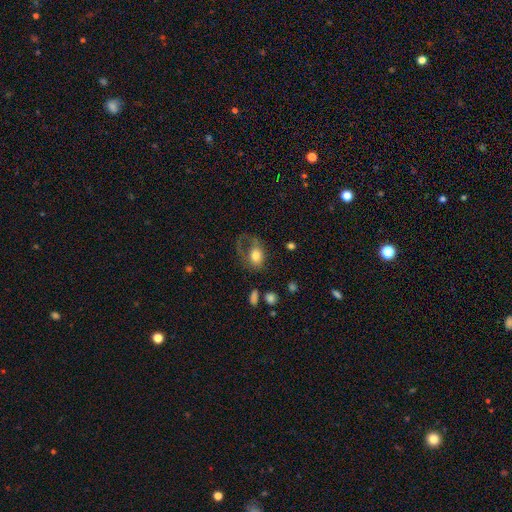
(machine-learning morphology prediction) smooth_or_featured: smooth (p=0.67) [alt: featured or disk p=0.25]
how_rounded: in between (p=0.67) [alt: round p=0.32]
merging: major disturbance (p=0.49) [alt: none p=0.28]